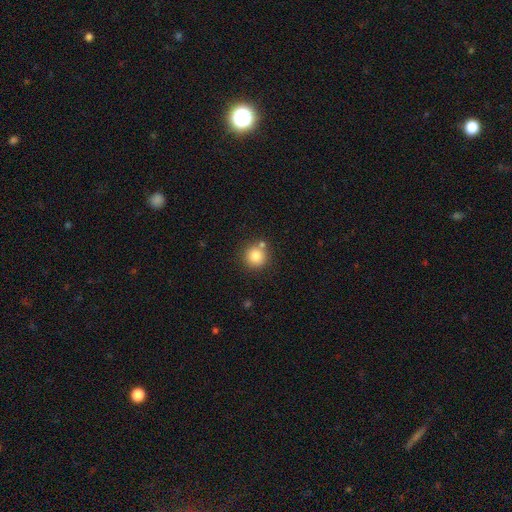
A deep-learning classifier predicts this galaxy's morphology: A smooth galaxy with no disk features (82%) that is round (93%).

Vote fractions:
- Smooth or featured? smooth: 82% / star or artifact: 11% / featured or disk: 7%
- How rounded? round: 93% / in between: 6% / cigar-shaped: 1%
- Merging? none: 75% / merger: 13% / minor disturbance: 10% / major disturbance: 3%